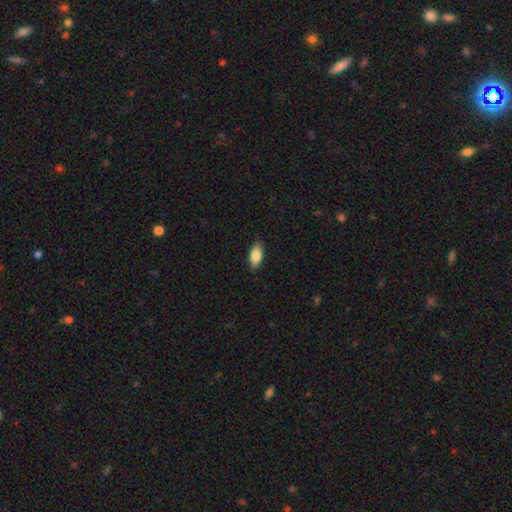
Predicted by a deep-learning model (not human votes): Smooth or featured?
  - smooth: 79% *
  - featured or disk: 14%
  - star or artifact: 7%
How rounded?
  - in between: 87% *
  - cigar-shaped: 10%
  - round: 3%
Merging?
  - none: 86% *
  - minor disturbance: 11%
  - major disturbance: 2%
  - merger: 1%